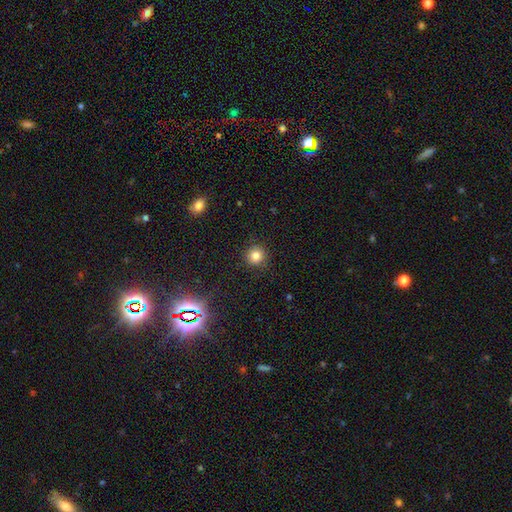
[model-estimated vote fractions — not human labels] A smooth galaxy with no disk features (81%) that is round (93%). Merging: none (90%).